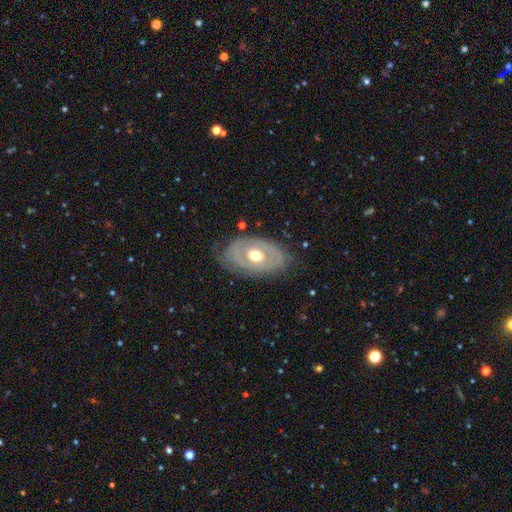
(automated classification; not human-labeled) Q: Smooth or featured?
A: featured or disk (66%); runner-up: smooth (28%)
Q: Edge-on disk?
A: no (91%); runner-up: yes (9%)
Q: Bar?
A: no (85%); runner-up: weak (12%)
Q: Spiral arms?
A: no (68%); runner-up: yes (32%)
Q: Bulge size?
A: moderate (75%); runner-up: large (12%)
Q: Merging?
A: none (73%); runner-up: minor disturbance (19%)